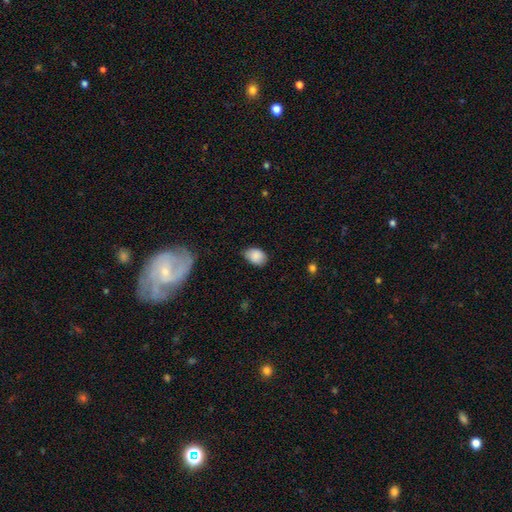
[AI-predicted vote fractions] smooth_or_featured: smooth (p=0.87) [alt: star or artifact p=0.07]
how_rounded: in between (p=0.78) [alt: round p=0.21]
merging: none (p=0.68) [alt: minor disturbance p=0.27]